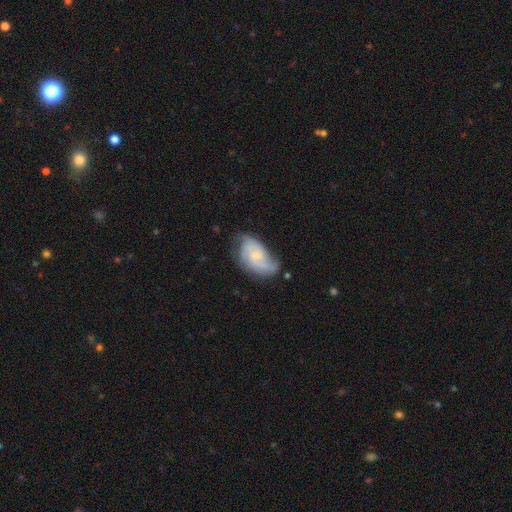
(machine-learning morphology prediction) Q: Smooth or featured?
A: featured or disk (73%); runner-up: smooth (21%)
Q: Edge-on disk?
A: no (97%); runner-up: yes (3%)
Q: Bar?
A: no (59%); runner-up: weak (36%)
Q: Spiral arms?
A: yes (92%); runner-up: no (8%)
Q: Spiral winding?
A: medium (46%); runner-up: tight (31%)
Q: Spiral arm count?
A: 2 (48%); runner-up: can't tell (21%)
Q: Bulge size?
A: small (60%); runner-up: moderate (26%)
Q: Merging?
A: none (54%); runner-up: minor disturbance (30%)